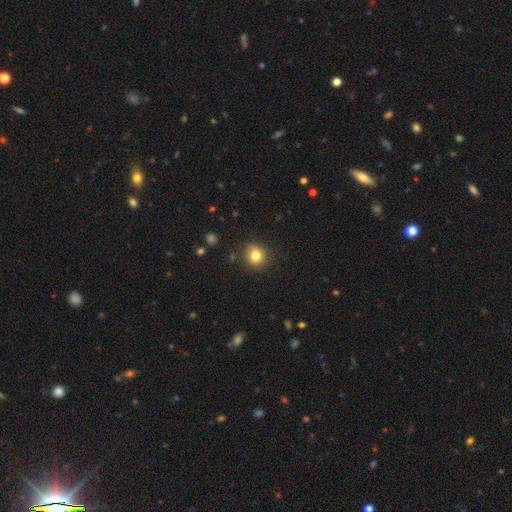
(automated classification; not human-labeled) A smooth galaxy with no disk features (81%) that is round (87%). Merging: none (83%).